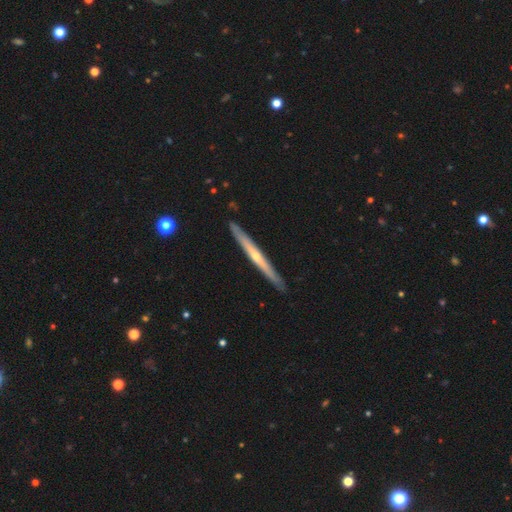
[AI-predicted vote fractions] Smooth or featured?
  - featured or disk: 71% *
  - smooth: 24%
  - star or artifact: 5%
Edge-on disk?
  - yes: 97% *
  - no: 3%
Edge-on bulge?
  - rounded: 64% *
  - none: 33%
  - boxy: 3%
Merging?
  - none: 91% *
  - minor disturbance: 7%
  - major disturbance: 1%
  - merger: 1%